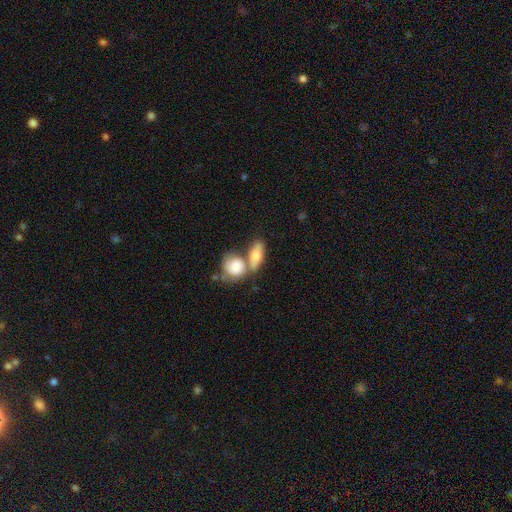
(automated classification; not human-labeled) Overall: smooth (77%). How rounded: in between (72%). Merging: merger (48%; none 36%).